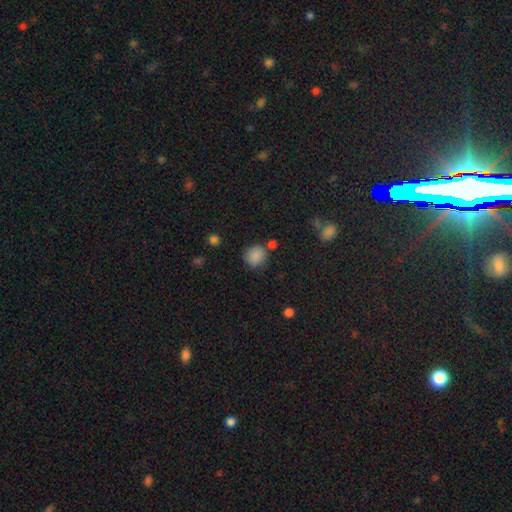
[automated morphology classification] smooth-or-featured: smooth: 85% | star or artifact: 10% | featured or disk: 5%
  how-rounded: round: 81% | in between: 18% | cigar-shaped: 1%
  merging: none: 74% | minor disturbance: 14% | merger: 8% | major disturbance: 4%